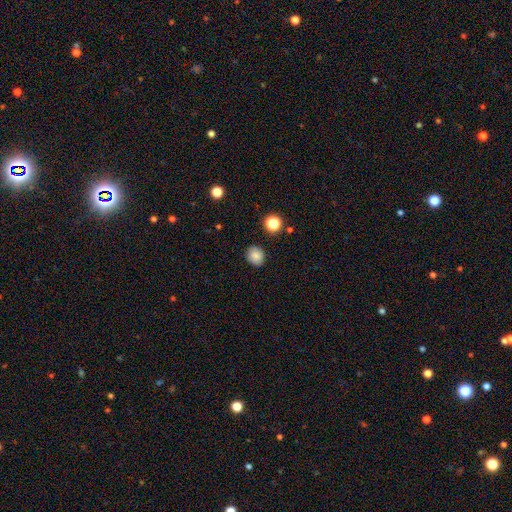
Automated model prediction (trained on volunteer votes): smooth 83%, star or artifact 11%, featured or disk 6%. Down the decision tree: how rounded — round (73%); merging — none (86%).